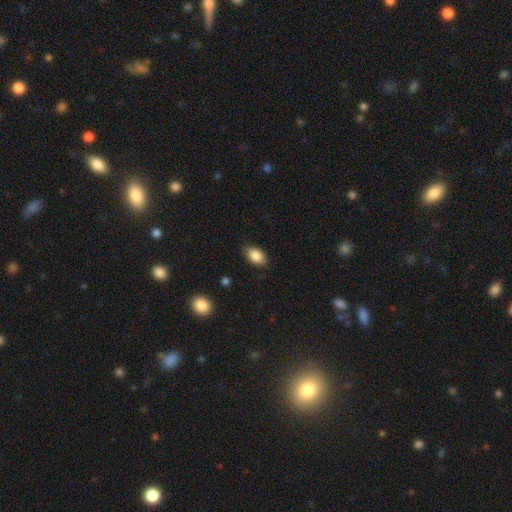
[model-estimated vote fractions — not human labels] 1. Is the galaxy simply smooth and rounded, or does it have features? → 87% smooth, 8% star or artifact, 5% featured or disk.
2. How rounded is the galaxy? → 90% in between, 8% round, 2% cigar-shaped.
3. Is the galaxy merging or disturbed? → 84% none, 12% minor disturbance, 3% major disturbance, 1% merger.